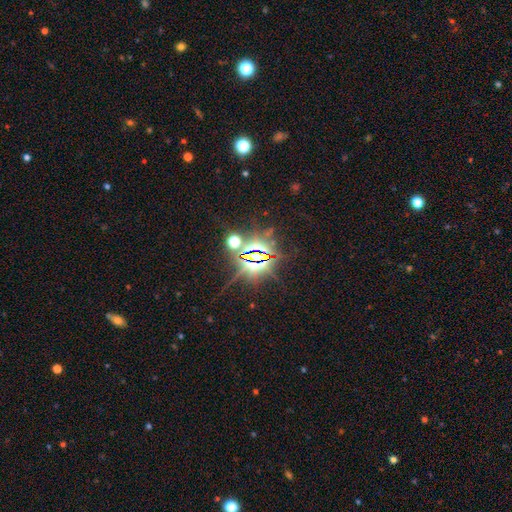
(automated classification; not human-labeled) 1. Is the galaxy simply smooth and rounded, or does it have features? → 82% star or artifact, 9% smooth, 9% featured or disk.